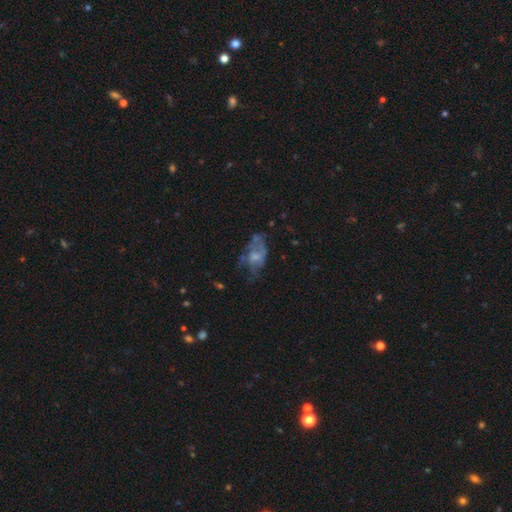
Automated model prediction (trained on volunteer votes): Morphology: type=featured or disk (56%); edge-on=no (96%); bar=no (78%); spiral arms=no (60%); bulge=small (41%); merging=none (36%).